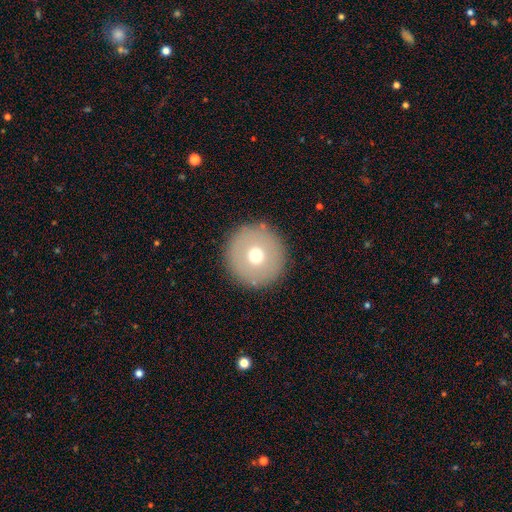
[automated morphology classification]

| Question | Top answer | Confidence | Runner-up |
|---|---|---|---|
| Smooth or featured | smooth | 65% | featured or disk (24%) |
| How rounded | round | 96% | in between (3%) |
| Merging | none | 89% | minor disturbance (6%) |